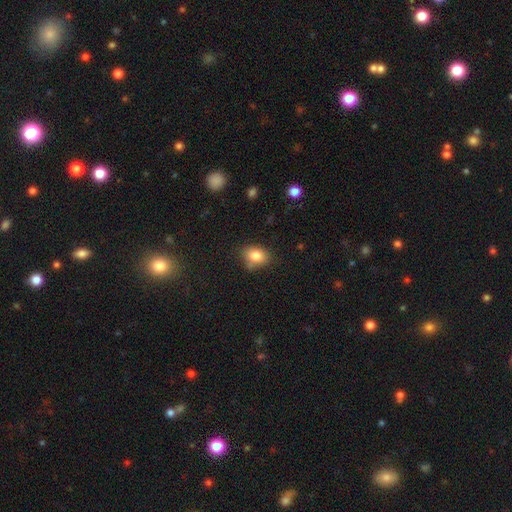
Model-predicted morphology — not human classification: This appears to be a smooth galaxy with no disk features (84%) that is in between round and cigar-shaped (71%). Merging: none (70%).